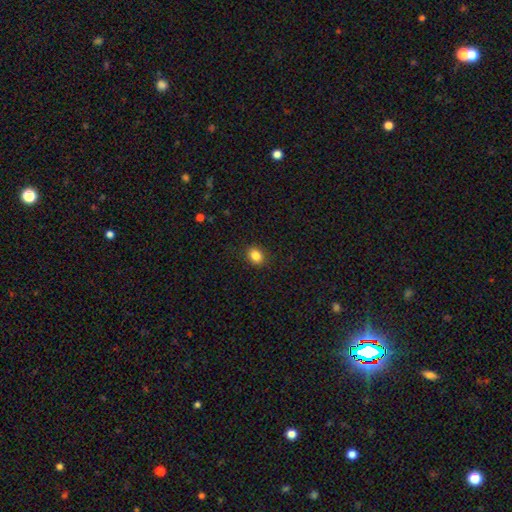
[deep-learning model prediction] This is clearly a smooth galaxy (85%). How rounded: possibly round (56%). Merging: clearly none (89%).